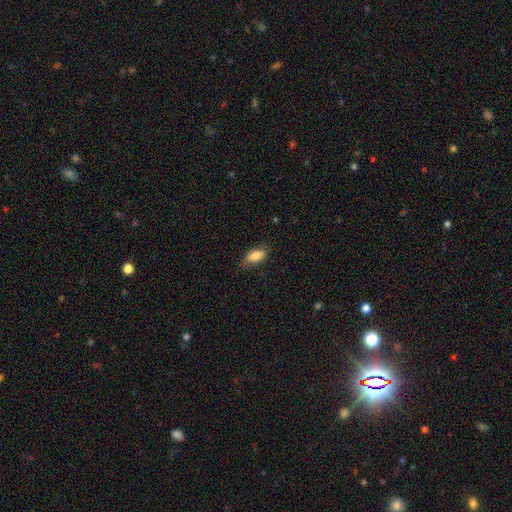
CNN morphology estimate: Smooth or featured? Predicted: smooth (p=0.79). How rounded? Predicted: in between (p=0.84). Merging? Predicted: none (p=0.77).